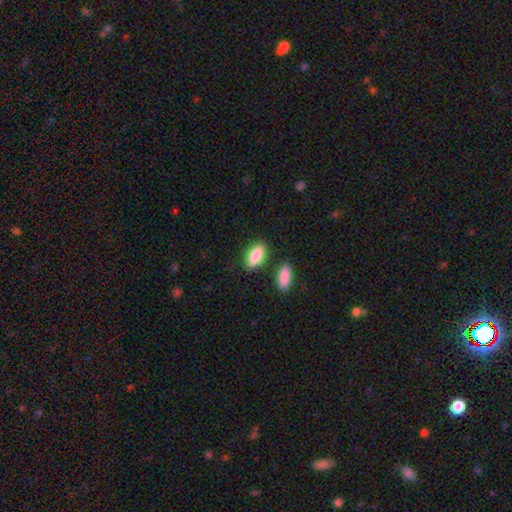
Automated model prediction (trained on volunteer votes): Smooth or featured?
  - smooth: 87% *
  - featured or disk: 7%
  - star or artifact: 6%
How rounded?
  - in between: 84% *
  - cigar-shaped: 13%
  - round: 3%
Merging?
  - none: 79% *
  - minor disturbance: 11%
  - merger: 7%
  - major disturbance: 3%